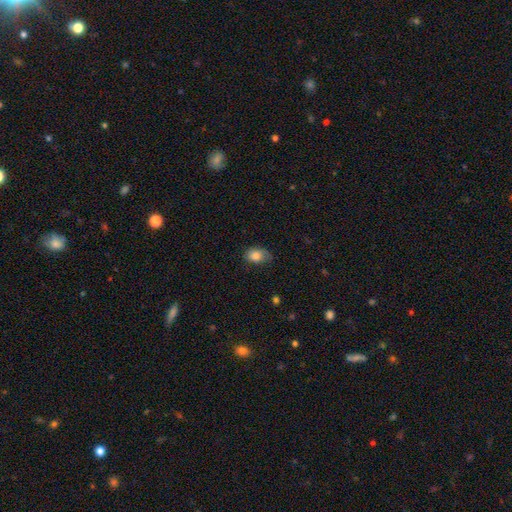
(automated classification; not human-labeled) This is clearly a smooth galaxy (82%). How rounded: likely in between (79%). Merging: likely none (64%).